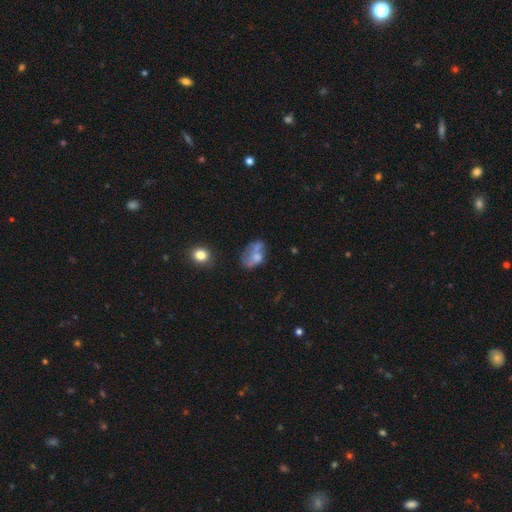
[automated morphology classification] Overall: smooth (53%; featured or disk 35%). How rounded: in between (79%). Merging: none (30%; merger 26%).